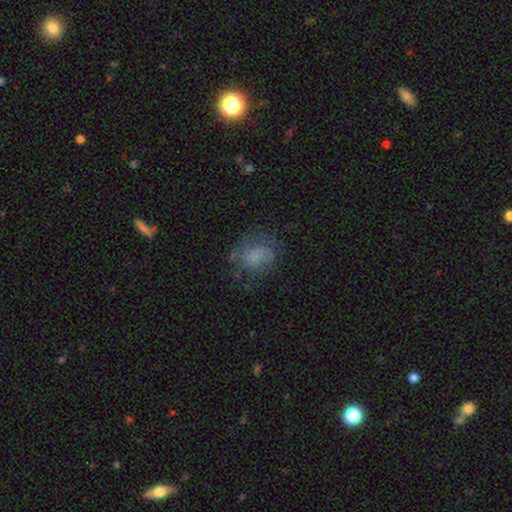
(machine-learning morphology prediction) Overall: smooth (65%). How rounded: in between (52%; round 47%). Merging: none (54%; minor disturbance 25%).